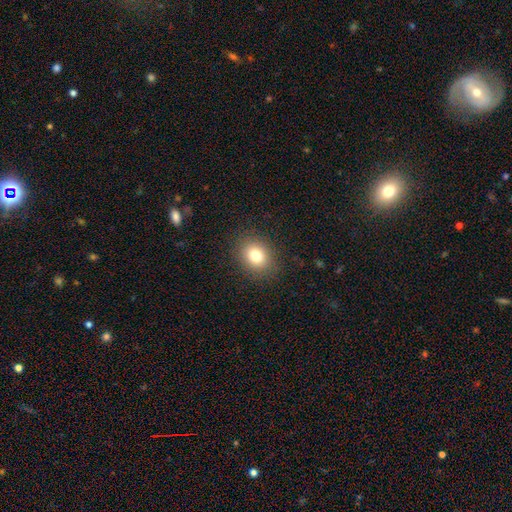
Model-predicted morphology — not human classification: smooth-or-featured: smooth: 79% | star or artifact: 12% | featured or disk: 9%
  how-rounded: round: 57% | in between: 42% | cigar-shaped: 1%
  merging: none: 88% | minor disturbance: 8% | major disturbance: 3% | merger: 1%